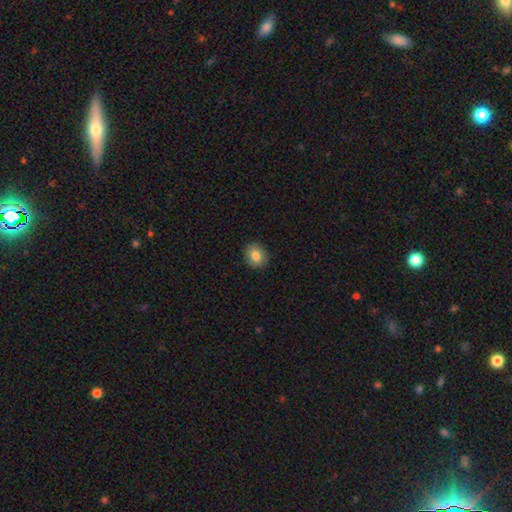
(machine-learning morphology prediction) smooth-or-featured: smooth: 83% | star or artifact: 9% | featured or disk: 8%
  how-rounded: round: 67% | in between: 32% | cigar-shaped: 1%
  merging: none: 90% | minor disturbance: 7% | major disturbance: 2% | merger: 1%